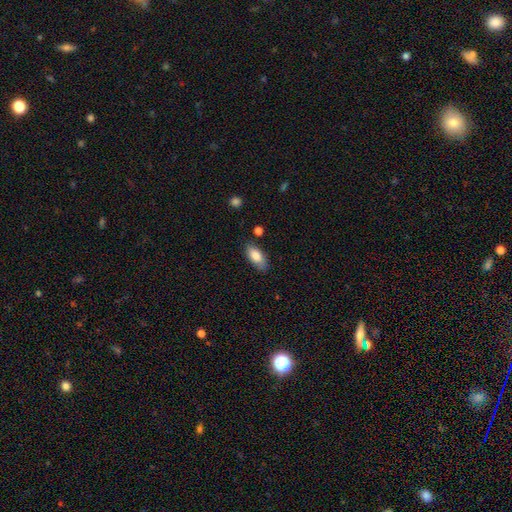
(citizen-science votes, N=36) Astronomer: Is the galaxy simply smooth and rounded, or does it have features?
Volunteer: smooth — 94%.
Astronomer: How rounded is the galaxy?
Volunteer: in between — 85%.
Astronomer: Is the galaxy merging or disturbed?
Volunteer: none — 83%.